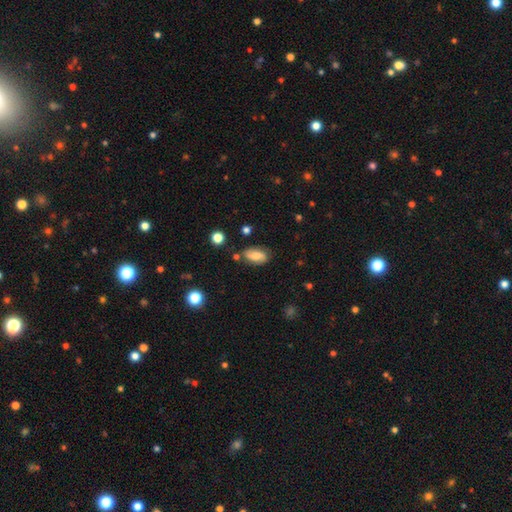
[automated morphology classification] A smooth galaxy with no disk features (63%) that is in between round and cigar-shaped (90%).

Vote fractions:
- Smooth or featured? smooth: 63% / featured or disk: 29% / star or artifact: 9%
- How rounded? in between: 90% / round: 6% / cigar-shaped: 5%
- Merging? none: 75% / minor disturbance: 17% / merger: 4% / major disturbance: 4%